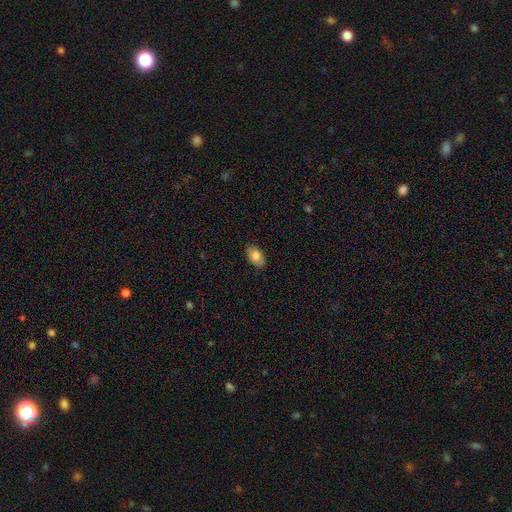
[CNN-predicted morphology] Overall: smooth (80%). How rounded: in between (92%). Merging: none (87%).